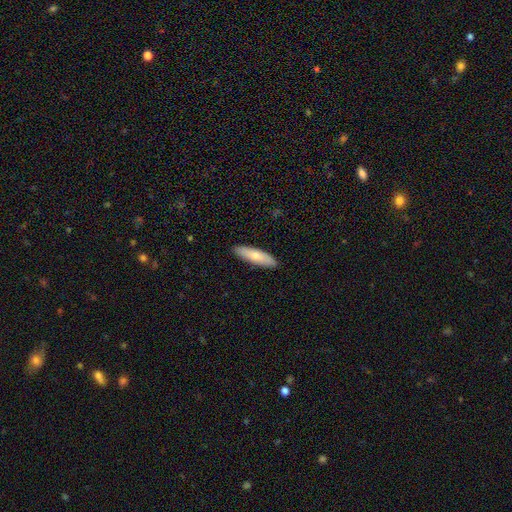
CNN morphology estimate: type=smooth (72%); roundness=cigar-shaped (66%); merging=none (90%).